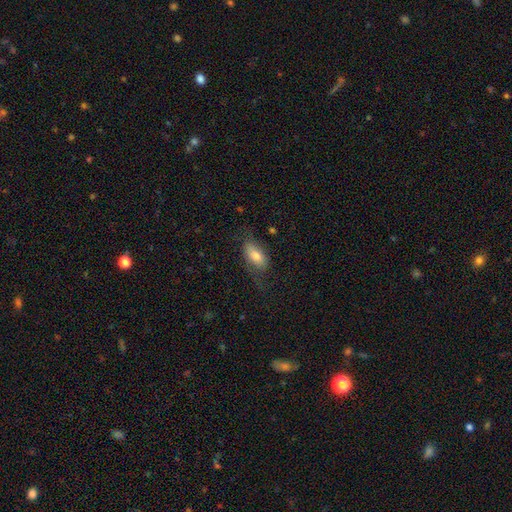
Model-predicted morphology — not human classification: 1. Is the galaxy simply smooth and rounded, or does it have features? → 67% smooth, 26% featured or disk, 8% star or artifact.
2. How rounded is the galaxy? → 88% in between, 7% cigar-shaped, 5% round.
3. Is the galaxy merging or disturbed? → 56% none, 24% minor disturbance, 18% major disturbance, 2% merger.